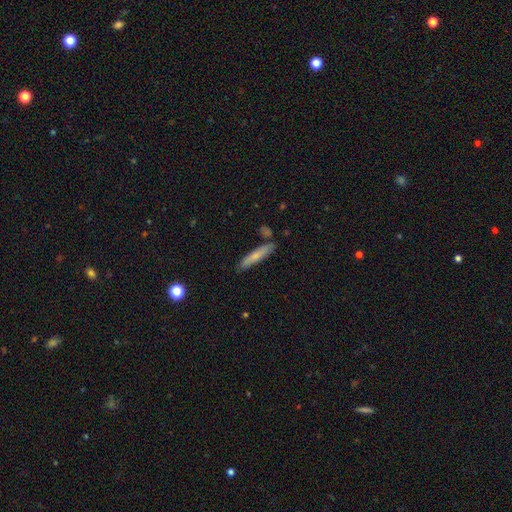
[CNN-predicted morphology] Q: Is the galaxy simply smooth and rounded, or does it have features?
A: smooth — 65%.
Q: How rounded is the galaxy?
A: cigar-shaped — 90%.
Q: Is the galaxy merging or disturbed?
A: none — 82%.